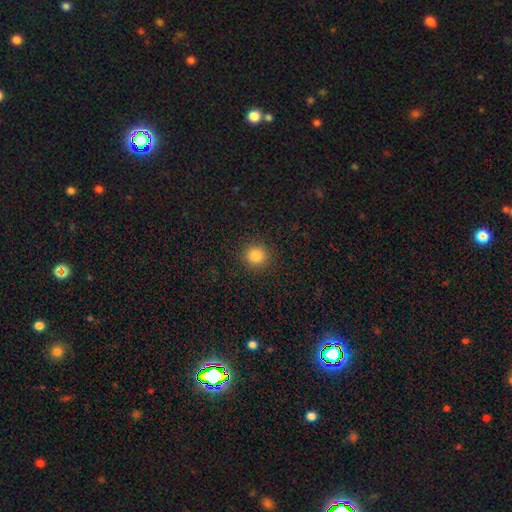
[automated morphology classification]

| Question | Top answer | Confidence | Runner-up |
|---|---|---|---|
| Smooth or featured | smooth | 84% | star or artifact (11%) |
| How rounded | round | 89% | in between (10%) |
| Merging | none | 91% | minor disturbance (6%) |